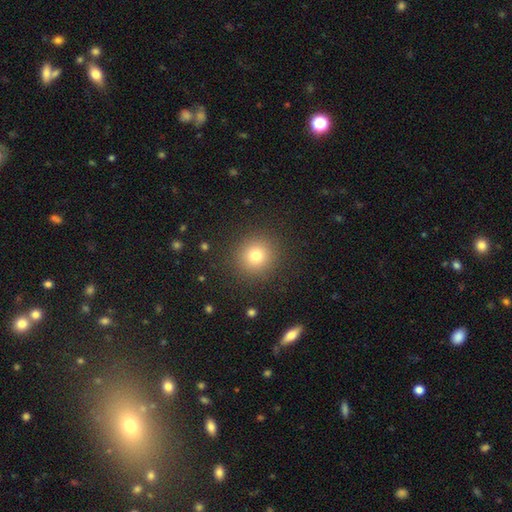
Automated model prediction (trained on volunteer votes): A smooth galaxy with no disk features (78%) that is round (94%). Merging: none (90%).